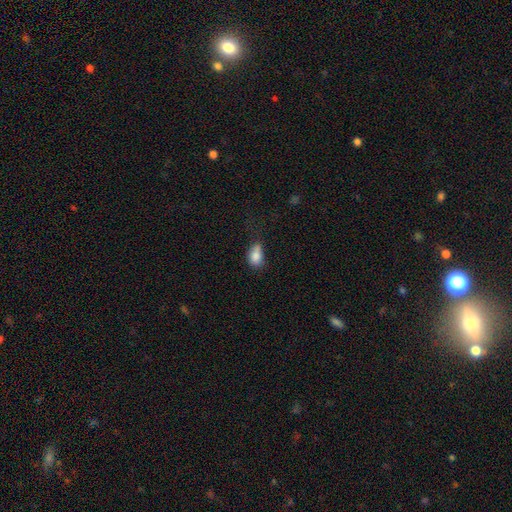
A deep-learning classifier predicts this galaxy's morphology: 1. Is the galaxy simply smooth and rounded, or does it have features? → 81% smooth, 9% star or artifact, 9% featured or disk.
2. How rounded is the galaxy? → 76% in between, 21% round, 2% cigar-shaped.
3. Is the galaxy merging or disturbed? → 36% none, 34% minor disturbance, 15% major disturbance, 15% merger.